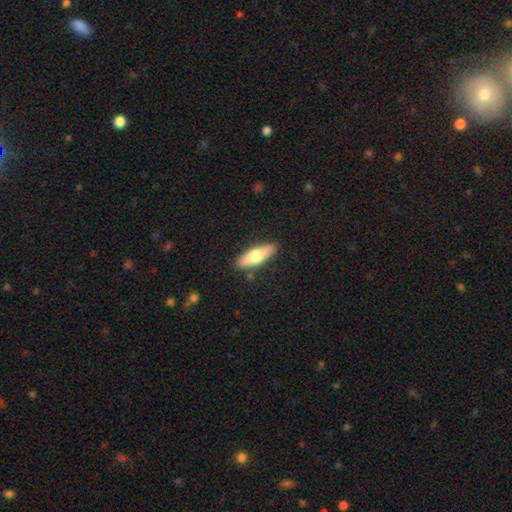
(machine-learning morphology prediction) Smooth or featured: smooth — 71% (featured or disk — 24%)
How rounded: in between — 51% (cigar-shaped — 47%)
Merging: none — 86% (minor disturbance — 10%)